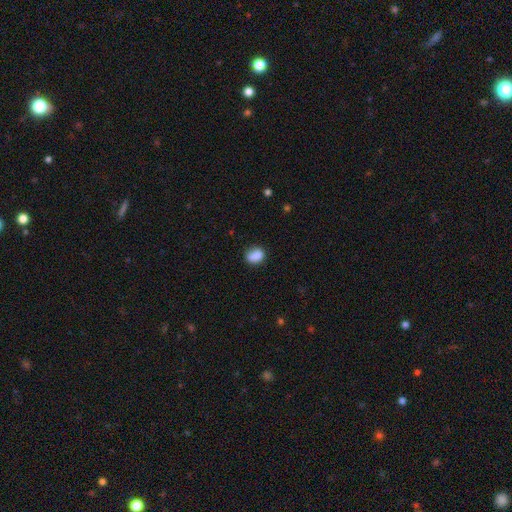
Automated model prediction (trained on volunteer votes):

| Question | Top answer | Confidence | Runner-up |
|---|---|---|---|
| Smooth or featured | smooth | 84% | star or artifact (9%) |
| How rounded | in between | 54% | round (45%) |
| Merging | none | 66% | minor disturbance (23%) |